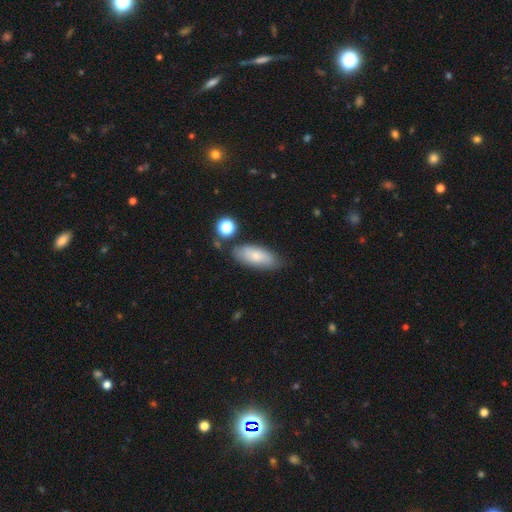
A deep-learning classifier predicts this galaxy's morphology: Q: Smooth or featured?
A: smooth (73%); runner-up: featured or disk (20%)
Q: How rounded?
A: in between (81%); runner-up: cigar-shaped (17%)
Q: Merging?
A: none (71%); runner-up: minor disturbance (19%)